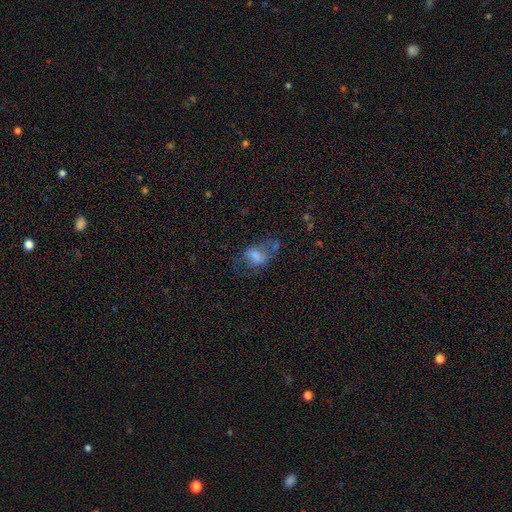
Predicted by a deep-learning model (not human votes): Smooth or featured?
  - smooth: 46% *
  - featured or disk: 41%
  - star or artifact: 13%
Merging?
  - none: 41% *
  - major disturbance: 28%
  - minor disturbance: 23%
  - merger: 7%